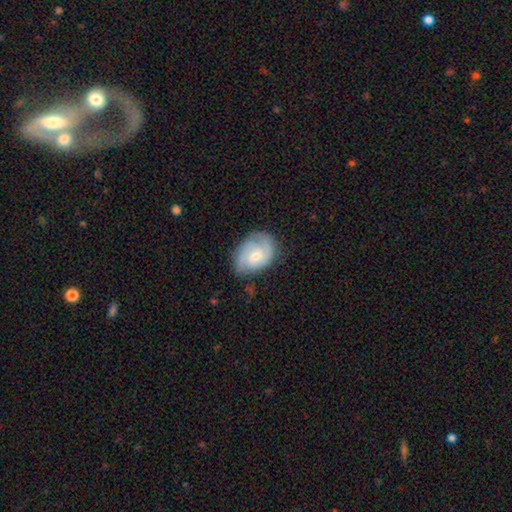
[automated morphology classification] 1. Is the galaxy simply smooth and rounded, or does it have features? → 70% featured or disk, 24% smooth, 6% star or artifact.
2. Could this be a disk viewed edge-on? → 97% no, 3% yes.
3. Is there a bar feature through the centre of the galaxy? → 48% weak, 45% no, 7% strong.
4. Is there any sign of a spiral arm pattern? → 91% yes, 9% no.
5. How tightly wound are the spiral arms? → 47% tight, 41% medium, 12% loose.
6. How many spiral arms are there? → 55% 2, 22% can't tell, 13% 3, 5% 1, 3% 4, 2% more than 4.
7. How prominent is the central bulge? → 52% moderate, 40% small, 4% large, 3% none, 1% dominant.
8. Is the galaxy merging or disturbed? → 71% none, 21% minor disturbance, 7% major disturbance, 1% merger.